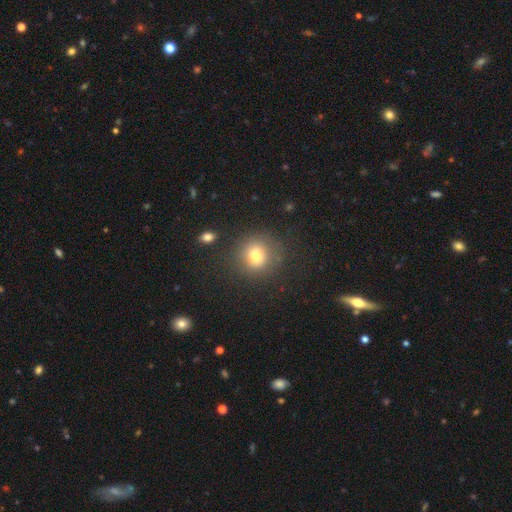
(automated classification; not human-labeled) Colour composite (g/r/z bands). It shows a smooth galaxy with no disk features (76%) that is round (87%). Merging: none (84%).